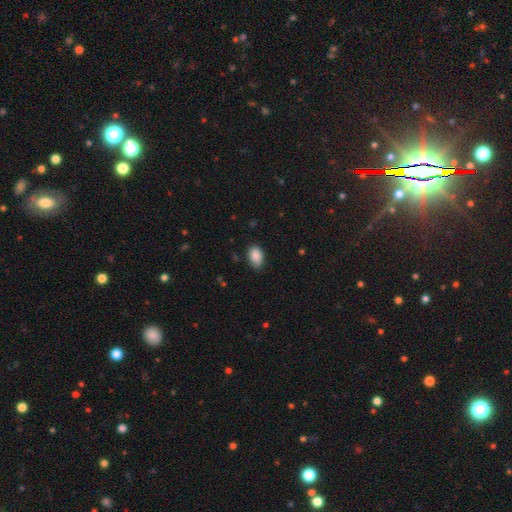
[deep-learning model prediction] Smooth or featured? Predicted: smooth (p=0.89). How rounded? Predicted: in between (p=0.90). Merging? Predicted: none (p=0.79).